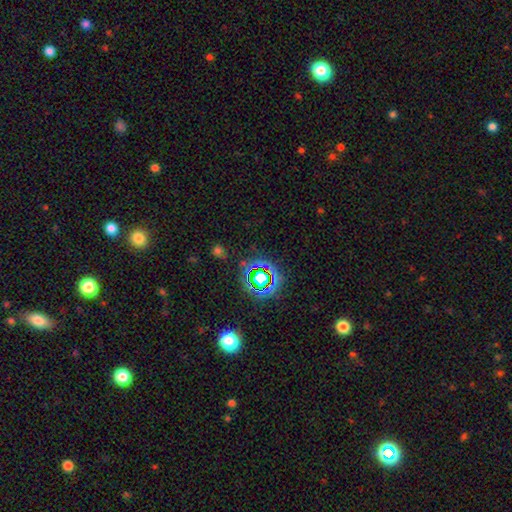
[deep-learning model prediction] This is likely a star or artifact rather than a galaxy (70%).